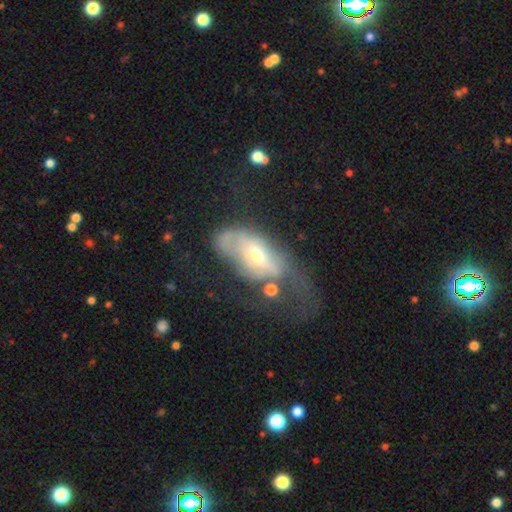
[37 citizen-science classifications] smooth 49%, featured or disk 43%, star or artifact 8%. Down the decision tree: how rounded — in between (78%); merging — major disturbance (62%).